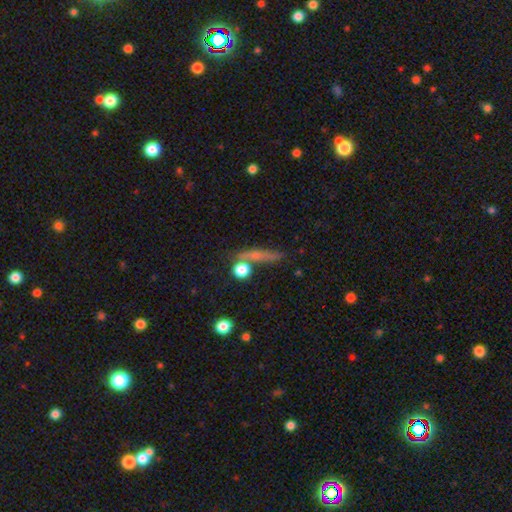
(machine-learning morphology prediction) A smooth galaxy with no disk features (50%). Merging: none (66%).